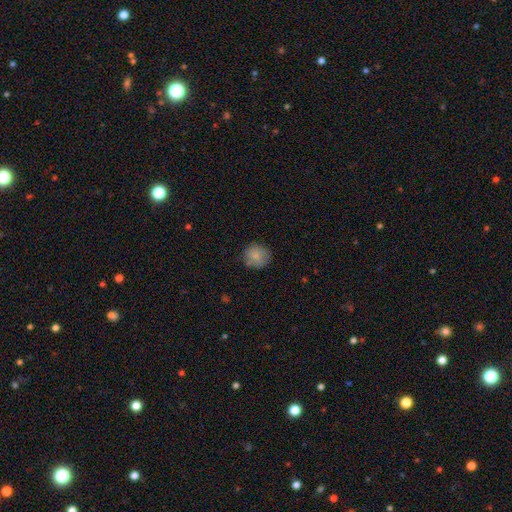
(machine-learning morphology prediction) smooth_or_featured: smooth (p=0.83) [alt: star or artifact p=0.09]
how_rounded: round (p=0.88) [alt: in between p=0.11]
merging: none (p=0.79) [alt: minor disturbance p=0.15]